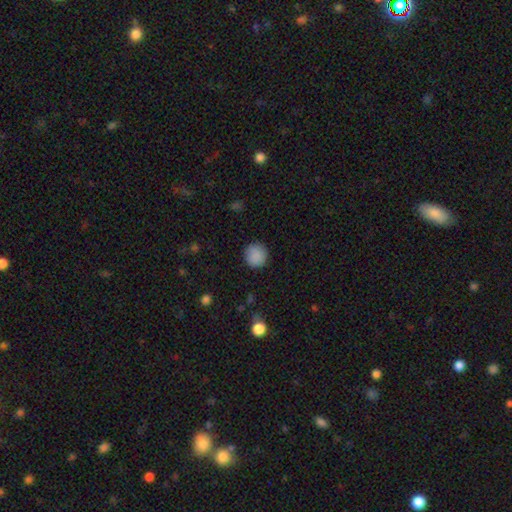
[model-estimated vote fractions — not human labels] Q: Smooth or featured?
A: smooth (88%); runner-up: star or artifact (8%)
Q: How rounded?
A: round (93%); runner-up: in between (6%)
Q: Merging?
A: none (88%); runner-up: minor disturbance (8%)